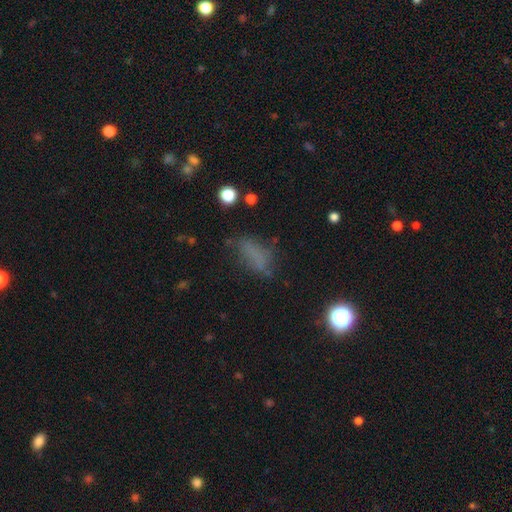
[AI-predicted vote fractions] A smooth galaxy with no disk features (64%) that is in between round and cigar-shaped (70%). Merging: none (57%).